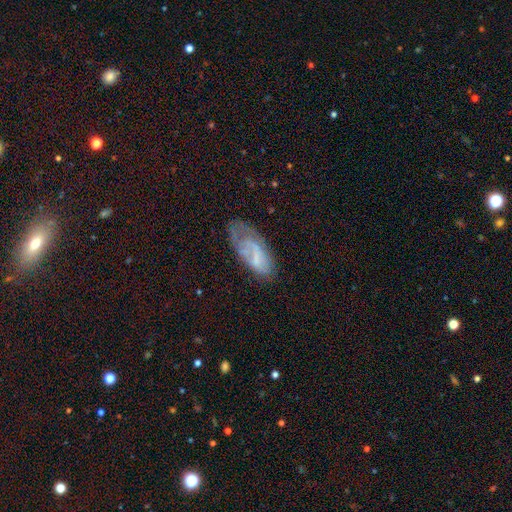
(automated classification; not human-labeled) Smooth or featured: featured or disk — 51% (smooth — 40%)
Edge-on disk: no — 91% (yes — 9%)
Merging: none — 42% (minor disturbance — 30%)